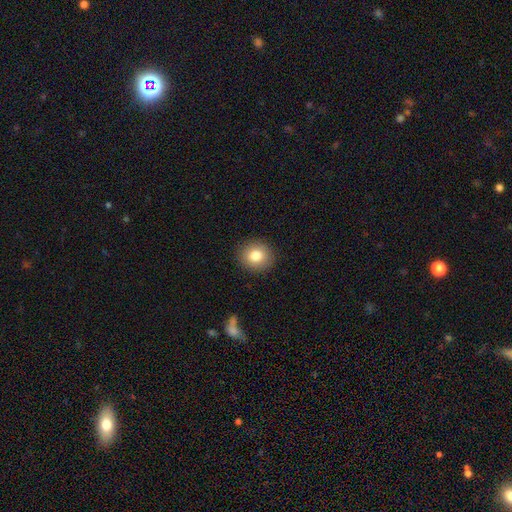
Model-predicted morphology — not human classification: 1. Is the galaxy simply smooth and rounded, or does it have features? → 82% smooth, 9% star or artifact, 9% featured or disk.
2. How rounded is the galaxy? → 82% round, 17% in between, 1% cigar-shaped.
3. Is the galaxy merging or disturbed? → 90% none, 7% minor disturbance, 2% major disturbance, 1% merger.